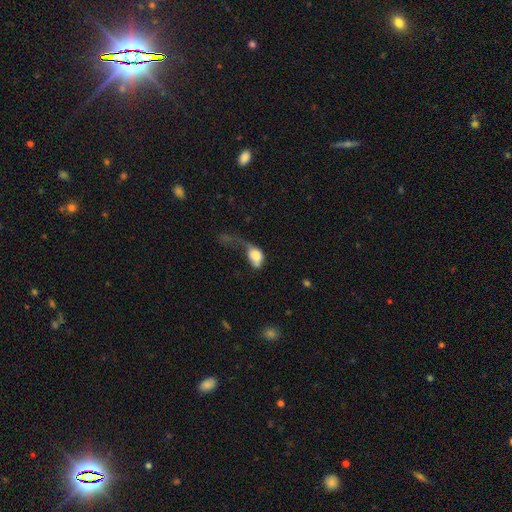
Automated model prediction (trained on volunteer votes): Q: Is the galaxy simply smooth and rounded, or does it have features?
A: smooth — 74%.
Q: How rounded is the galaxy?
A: in between — 80%.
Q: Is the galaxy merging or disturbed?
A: major disturbance — 59%.